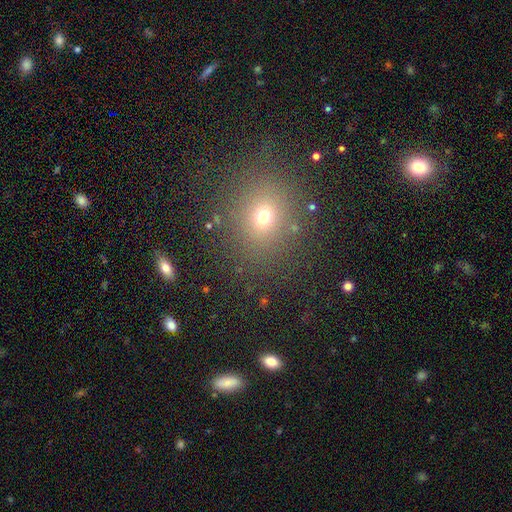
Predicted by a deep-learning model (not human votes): smooth 62%, star or artifact 28%, featured or disk 10%. Down the decision tree: how rounded — round (66%); merging — none (87%).